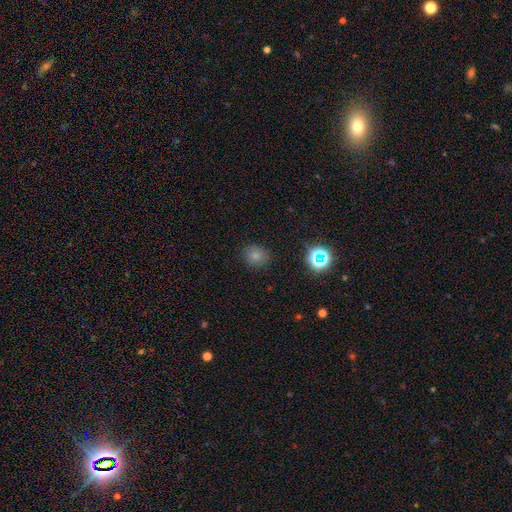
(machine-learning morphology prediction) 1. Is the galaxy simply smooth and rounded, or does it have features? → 76% smooth, 18% star or artifact, 6% featured or disk.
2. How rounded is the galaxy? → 75% round, 24% in between, 1% cigar-shaped.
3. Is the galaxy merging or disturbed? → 86% none, 10% minor disturbance, 3% major disturbance, 1% merger.